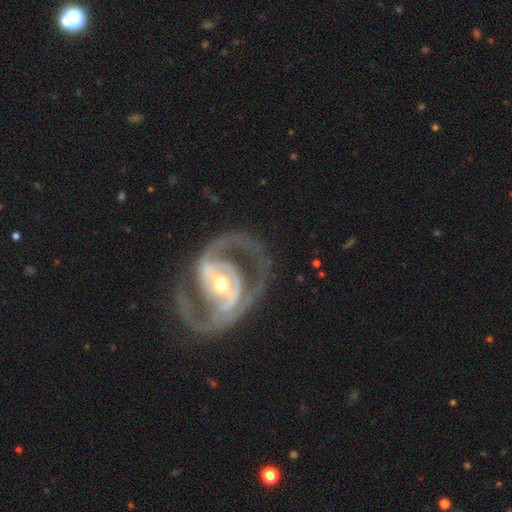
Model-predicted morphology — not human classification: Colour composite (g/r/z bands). It shows a featured or disk galaxy (91%) with a strong bar (43%), 2 (90%) medium (56%) spiral arms (95%) and a moderate central bulge (60%). Merging: none (72%).